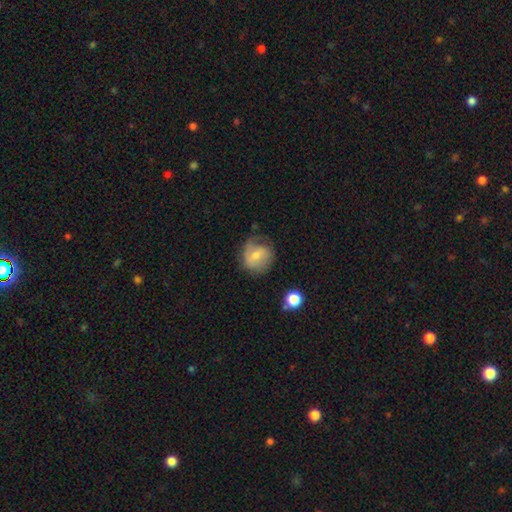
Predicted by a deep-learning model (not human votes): This appears to be a smooth galaxy with no disk features (55%) that is round (75%). Merging: none (51%).